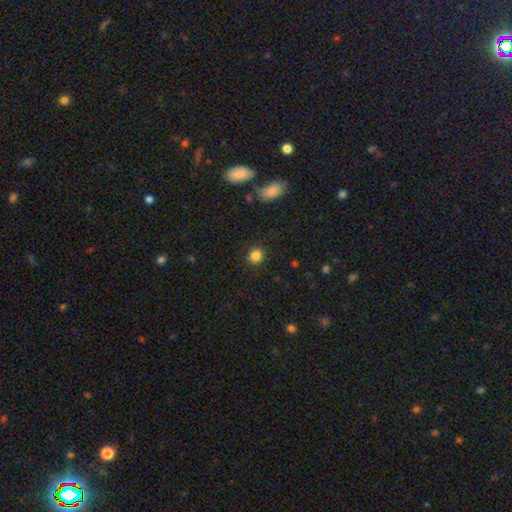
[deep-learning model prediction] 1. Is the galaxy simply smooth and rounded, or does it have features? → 85% smooth, 11% star or artifact, 4% featured or disk.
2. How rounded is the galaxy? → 82% round, 17% in between, 1% cigar-shaped.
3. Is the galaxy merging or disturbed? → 90% none, 7% minor disturbance, 2% major disturbance, 1% merger.